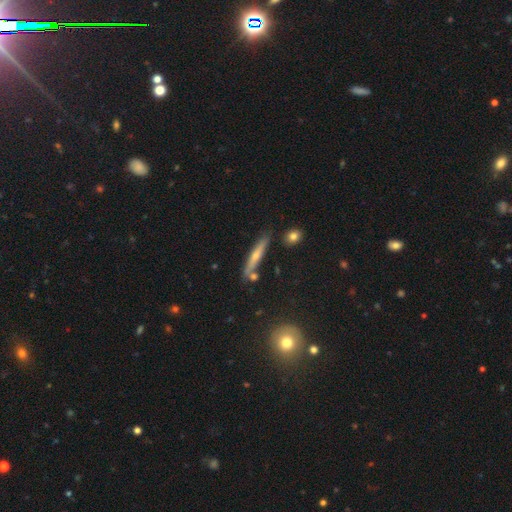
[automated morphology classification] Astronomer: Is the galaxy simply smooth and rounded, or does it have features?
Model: featured or disk — 47% (runner-up: smooth, 45%).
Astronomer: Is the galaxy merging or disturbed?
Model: none — 78%.